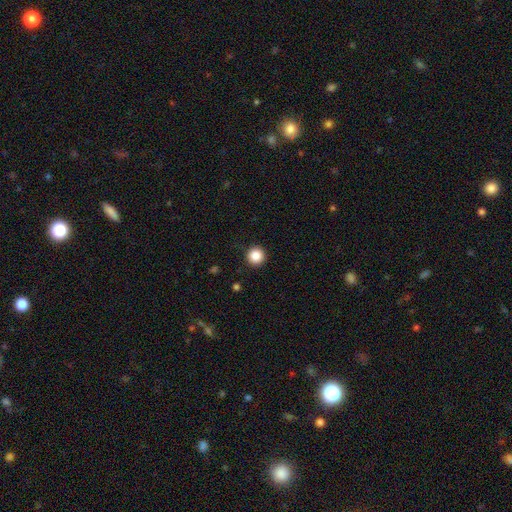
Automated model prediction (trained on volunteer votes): Q: Smooth or featured?
A: smooth (87%); runner-up: star or artifact (10%)
Q: How rounded?
A: round (95%); runner-up: in between (4%)
Q: Merging?
A: none (92%); runner-up: minor disturbance (5%)